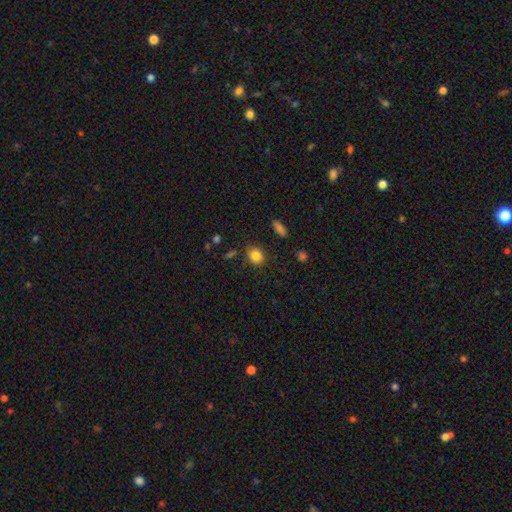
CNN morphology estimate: A smooth galaxy with no disk features (84%) that is round (59%).

Vote fractions:
- Smooth or featured? smooth: 84% / star or artifact: 11% / featured or disk: 5%
- How rounded? round: 59% / in between: 40% / cigar-shaped: 1%
- Merging? none: 83% / minor disturbance: 11% / major disturbance: 3% / merger: 2%